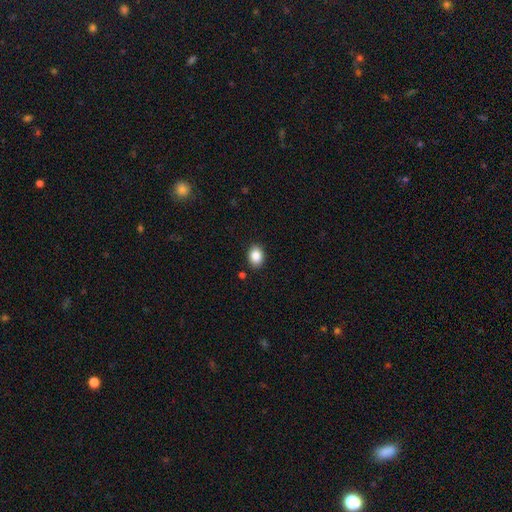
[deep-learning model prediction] smooth_or_featured: smooth (p=0.87) [alt: star or artifact p=0.09]
how_rounded: in between (p=0.65) [alt: round p=0.34]
merging: none (p=0.89) [alt: minor disturbance p=0.08]